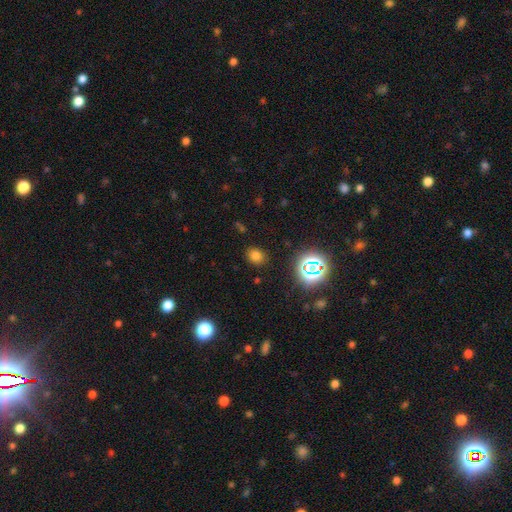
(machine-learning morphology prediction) The model was most divided on "how rounded": round: 61%, in between: 38%, cigar-shaped: 1%. More confident: merging — none (85%); smooth or featured — smooth (70%).